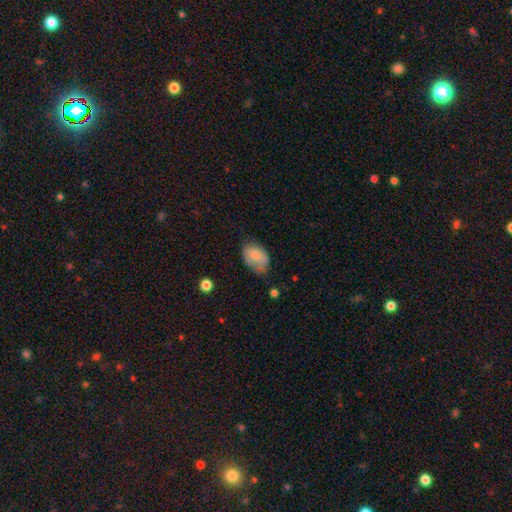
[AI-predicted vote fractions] Smooth or featured? smooth (75%)
How rounded? in between (85%)
Merging? none (50%)